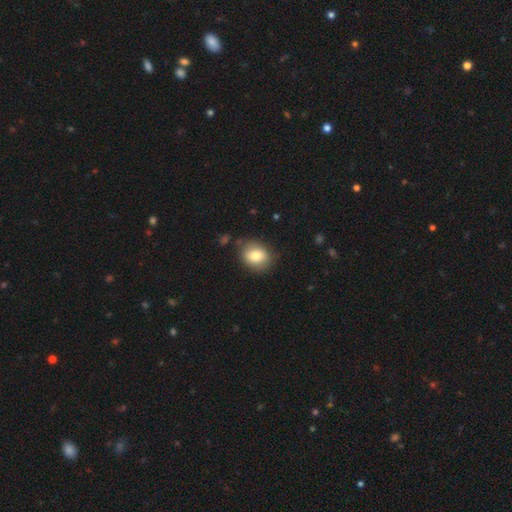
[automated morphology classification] Overall: smooth (78%). How rounded: round (57%; in between 42%). Merging: none (80%).